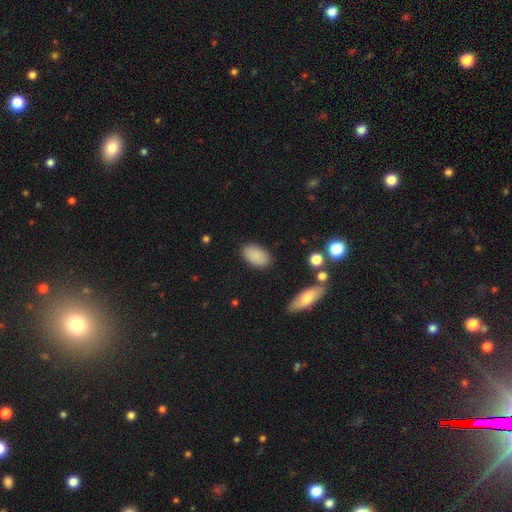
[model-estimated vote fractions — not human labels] Smooth or featured: smooth — 87% (star or artifact — 8%)
How rounded: in between — 94% (round — 5%)
Merging: none — 86% (minor disturbance — 9%)